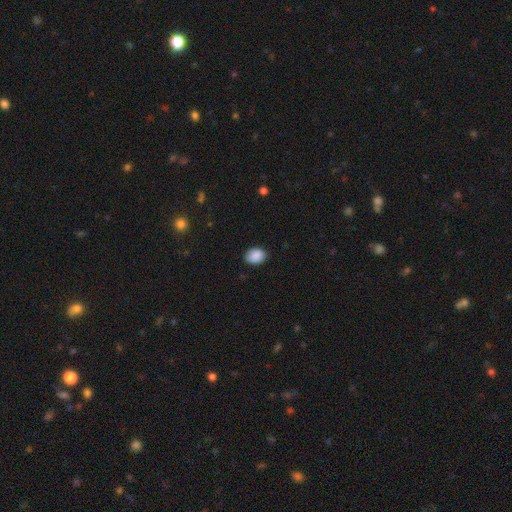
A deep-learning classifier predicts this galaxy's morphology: A smooth galaxy with no disk features (89%) that is in between round and cigar-shaped (65%).

Vote fractions:
- Smooth or featured? smooth: 89% / star or artifact: 7% / featured or disk: 3%
- How rounded? in between: 65% / round: 34% / cigar-shaped: 1%
- Merging? none: 86% / minor disturbance: 11% / major disturbance: 2% / merger: 1%